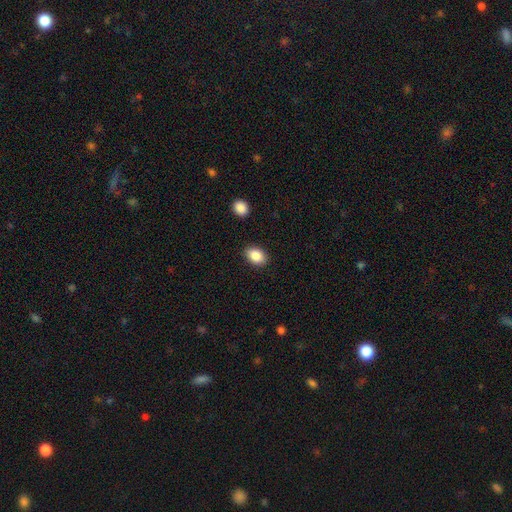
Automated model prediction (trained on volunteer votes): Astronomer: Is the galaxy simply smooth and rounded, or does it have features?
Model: smooth — 87%.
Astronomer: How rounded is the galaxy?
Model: in between — 82%.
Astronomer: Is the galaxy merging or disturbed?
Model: none — 87%.